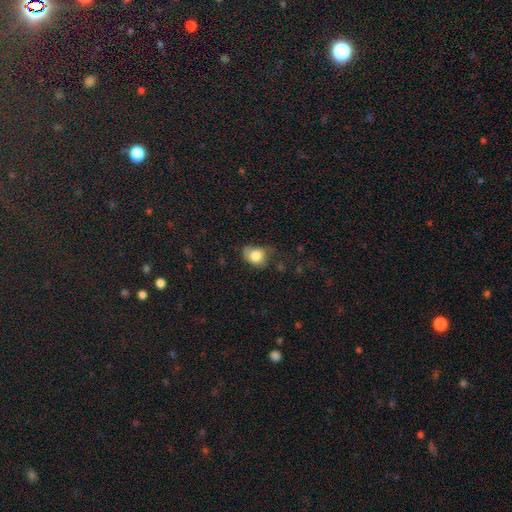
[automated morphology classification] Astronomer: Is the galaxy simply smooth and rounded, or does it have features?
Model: smooth — 79%.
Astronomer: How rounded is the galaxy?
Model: in between — 51% (runner-up: round, 48%).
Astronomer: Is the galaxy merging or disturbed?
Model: none — 45% (runner-up: minor disturbance, 36%).